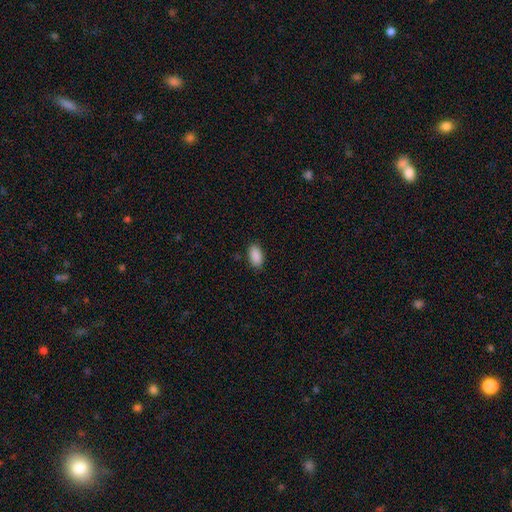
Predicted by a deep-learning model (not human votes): This appears to be a smooth galaxy with no disk features (90%) that is in between round and cigar-shaped (94%). Merging: none (88%).